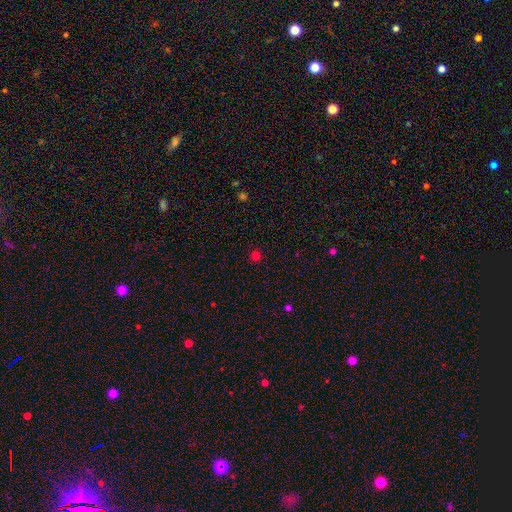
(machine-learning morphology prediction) Overall: smooth (72%). How rounded: round (91%). Merging: none (89%).